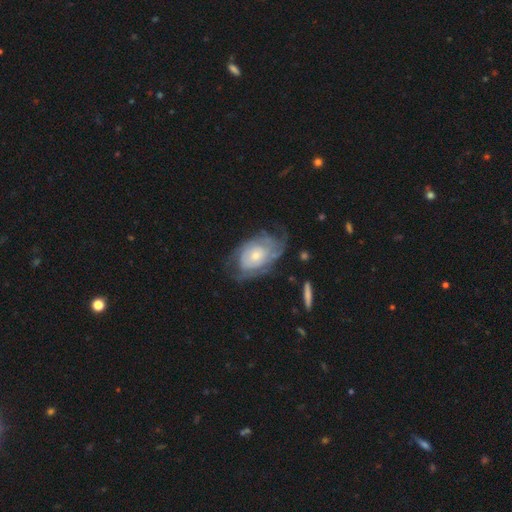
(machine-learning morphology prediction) A featured or disk galaxy (73%) with no bar (79%), tight (61%) spiral arms (81%) and a small central bulge (51%). Merging: none (52%).